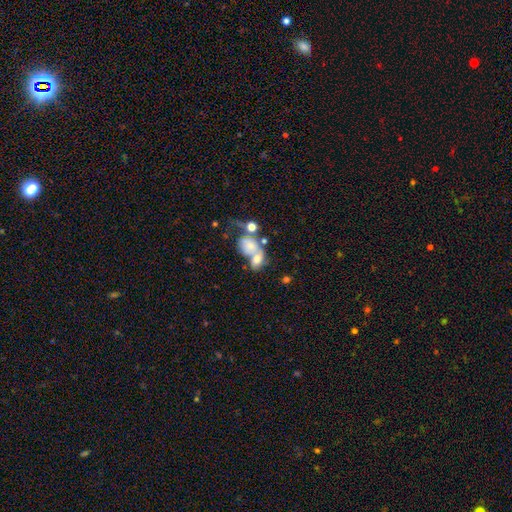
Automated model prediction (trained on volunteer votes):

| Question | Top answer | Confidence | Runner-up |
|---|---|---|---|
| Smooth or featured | smooth | 57% | featured or disk (32%) |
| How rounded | in between | 68% | round (31%) |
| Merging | merger | 64% | none (15%) |